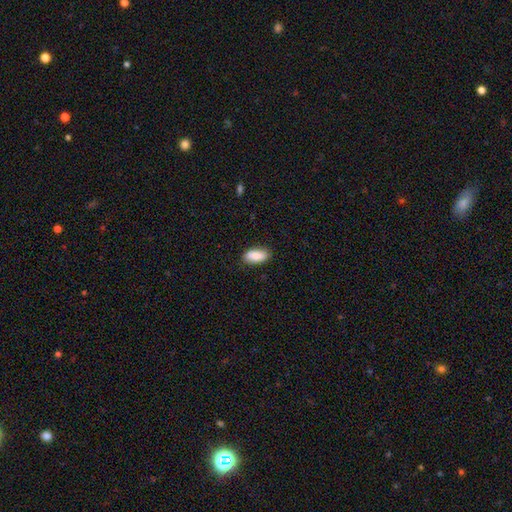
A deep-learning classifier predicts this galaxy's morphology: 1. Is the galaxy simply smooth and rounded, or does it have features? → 86% smooth, 8% featured or disk, 6% star or artifact.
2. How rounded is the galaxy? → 91% in between, 6% cigar-shaped, 3% round.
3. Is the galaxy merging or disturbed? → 83% none, 13% minor disturbance, 3% major disturbance, 1% merger.